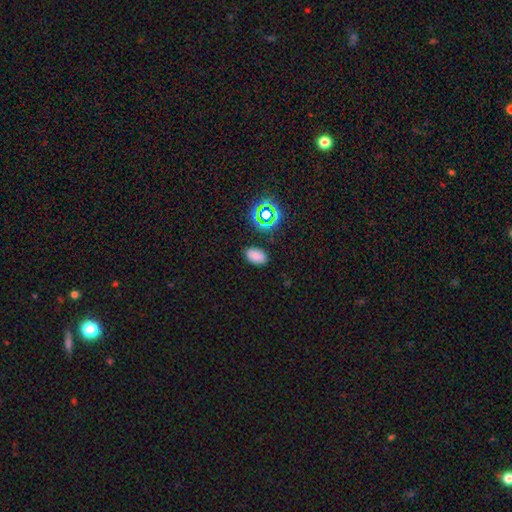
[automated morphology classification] A smooth galaxy with no disk features (77%) that is in between round and cigar-shaped (91%).

Vote fractions:
- Smooth or featured? smooth: 77% / star or artifact: 18% / featured or disk: 5%
- How rounded? in between: 91% / round: 8% / cigar-shaped: 2%
- Merging? none: 86% / minor disturbance: 10% / major disturbance: 3% / merger: 2%